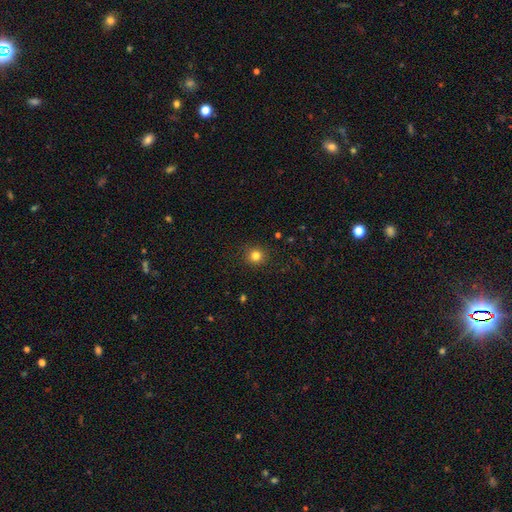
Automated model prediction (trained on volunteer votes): smooth-or-featured: smooth: 81% | star or artifact: 14% | featured or disk: 5%
  how-rounded: round: 93% | in between: 6% | cigar-shaped: 1%
  merging: none: 91% | minor disturbance: 6% | major disturbance: 2% | merger: 1%